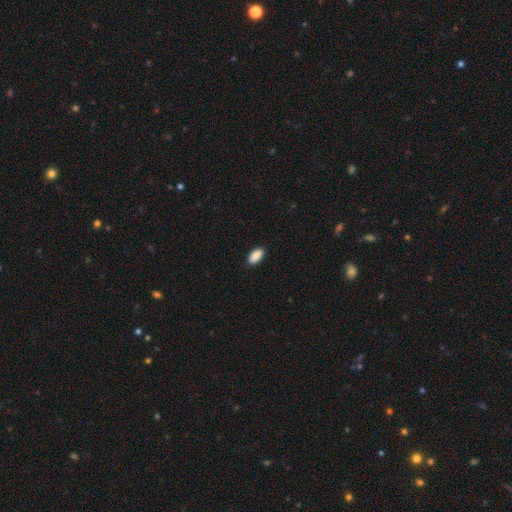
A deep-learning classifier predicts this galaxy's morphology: A smooth galaxy with no disk features (90%) that is in between round and cigar-shaped (92%).

Vote fractions:
- Smooth or featured? smooth: 90% / star or artifact: 7% / featured or disk: 3%
- How rounded? in between: 92% / cigar-shaped: 5% / round: 2%
- Merging? none: 86% / minor disturbance: 11% / major disturbance: 2% / merger: 1%